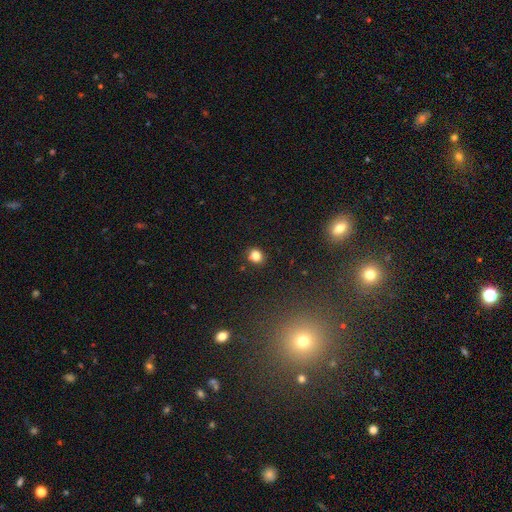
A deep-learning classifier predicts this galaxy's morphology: The model was most divided on "how rounded": round: 74%, in between: 25%, cigar-shaped: 1%. More confident: merging — none (87%); smooth or featured — smooth (81%).